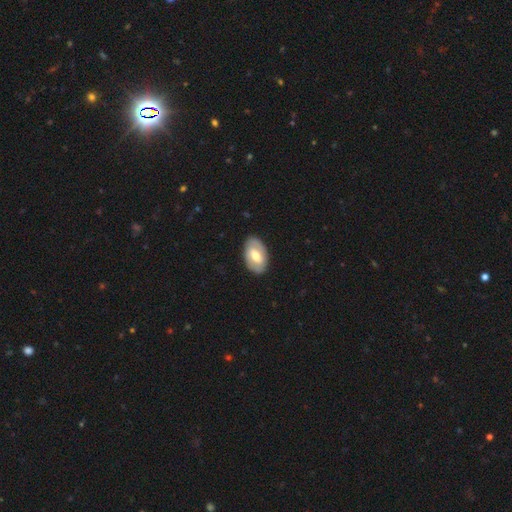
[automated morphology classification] This is possibly a featured or disk galaxy (52%). It is clearly not viewed edge-on (92%). Merging: clearly none (86%).